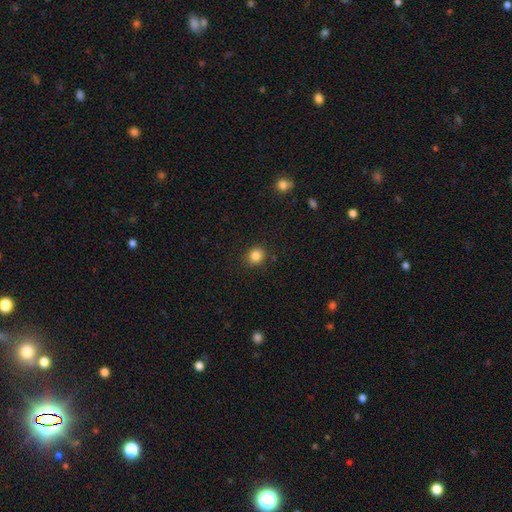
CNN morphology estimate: smooth 85%, star or artifact 11%, featured or disk 4%. Down the decision tree: how rounded — round (82%); merging — none (88%).